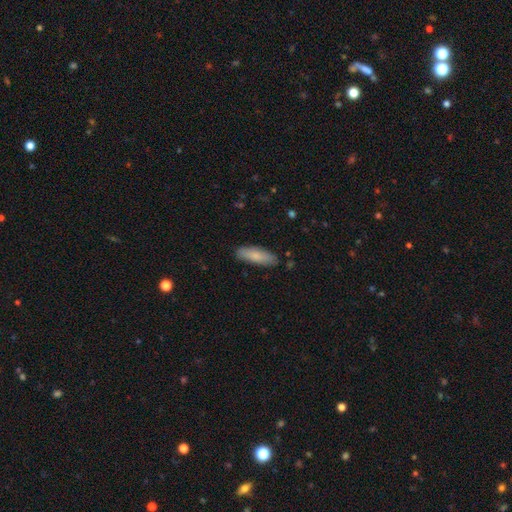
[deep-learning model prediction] A smooth galaxy with no disk features (82%) that is cigar-shaped (53%). Merging: none (85%).